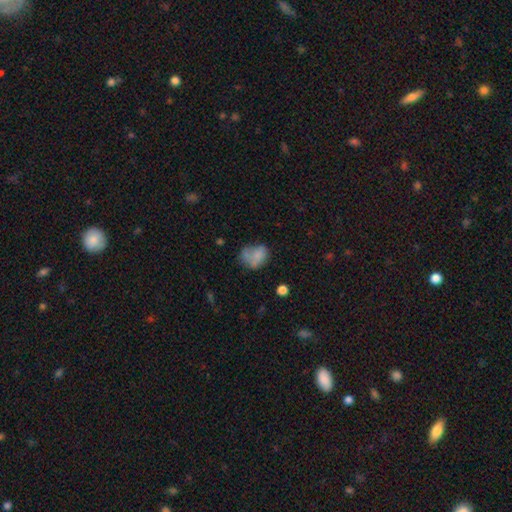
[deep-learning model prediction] Overall: smooth (70%). How rounded: in between (58%; round 41%). Merging: none (36%; minor disturbance 28%).